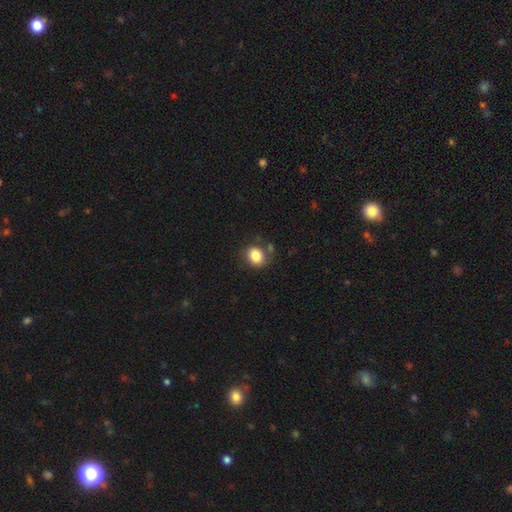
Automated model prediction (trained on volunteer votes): This appears to be a smooth galaxy with no disk features (84%) that is round (66%). Merging: none (72%).